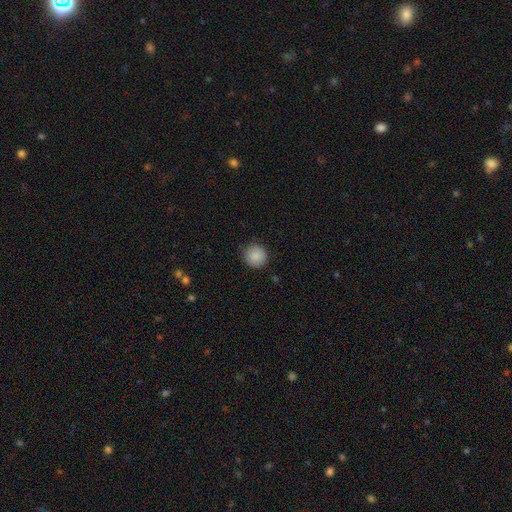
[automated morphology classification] A smooth galaxy with no disk features (88%) that is round (95%).

Vote fractions:
- Smooth or featured? smooth: 88% / star or artifact: 8% / featured or disk: 4%
- How rounded? round: 95% / in between: 4% / cigar-shaped: 1%
- Merging? none: 89% / minor disturbance: 8% / major disturbance: 2% / merger: 1%